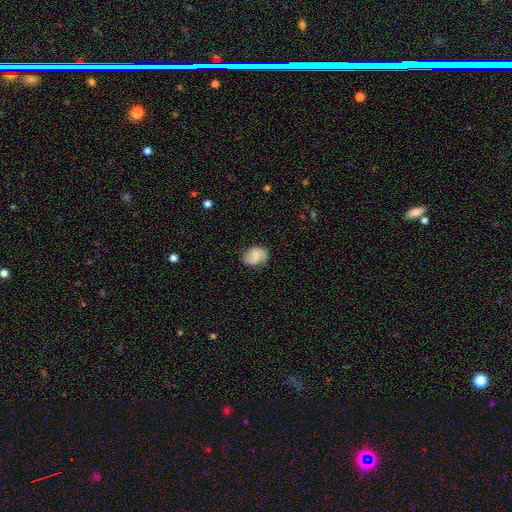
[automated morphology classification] This appears to be a smooth galaxy with no disk features (54%) that is in between round and cigar-shaped (63%). Merging: none (74%).